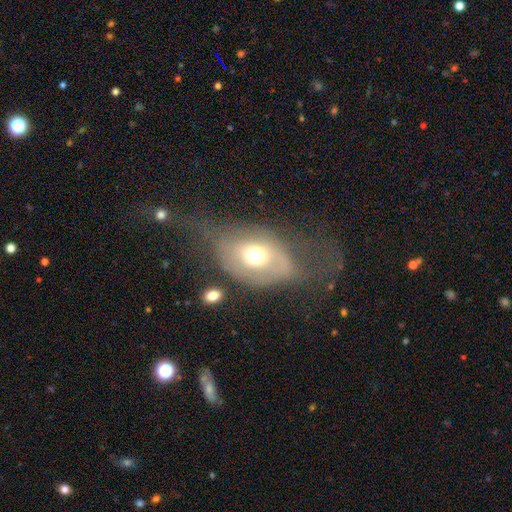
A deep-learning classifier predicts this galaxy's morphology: Smooth or featured: featured or disk — 55% (smooth — 35%)
Edge-on disk: no — 88% (yes — 12%)
Merging: major disturbance — 43% (none — 28%)